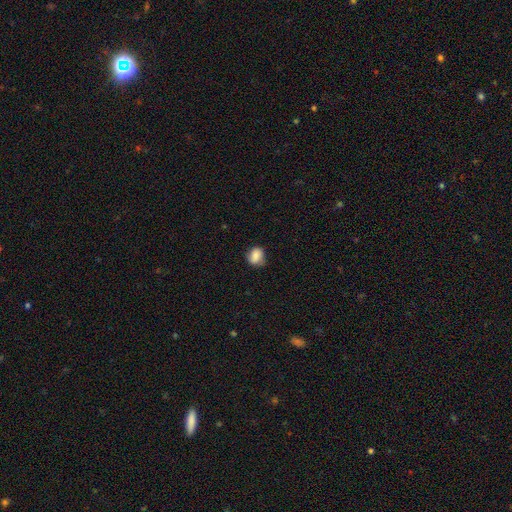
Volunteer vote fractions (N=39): This is clearly a smooth galaxy (85%). How rounded: likely round (64%). Merging: clearly none (81%).